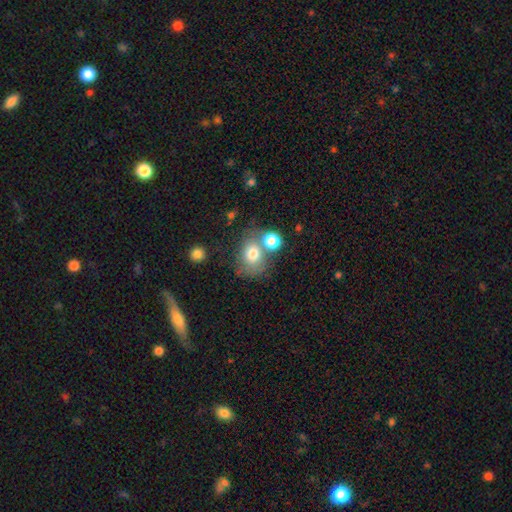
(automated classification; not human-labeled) smooth_or_featured: smooth (p=0.54) [alt: featured or disk p=0.24]
how_rounded: round (p=0.71) [alt: in between p=0.26]
merging: none (p=0.64) [alt: merger p=0.21]